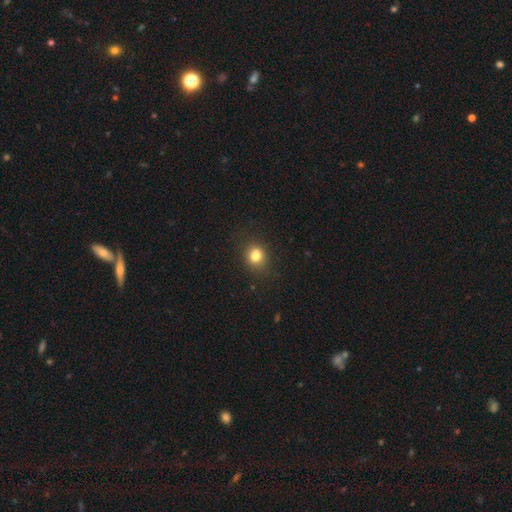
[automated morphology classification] A smooth galaxy with no disk features (80%) that is round (66%).

Vote fractions:
- Smooth or featured? smooth: 80% / star or artifact: 13% / featured or disk: 7%
- How rounded? round: 66% / in between: 33% / cigar-shaped: 1%
- Merging? none: 82% / minor disturbance: 12% / major disturbance: 4% / merger: 2%